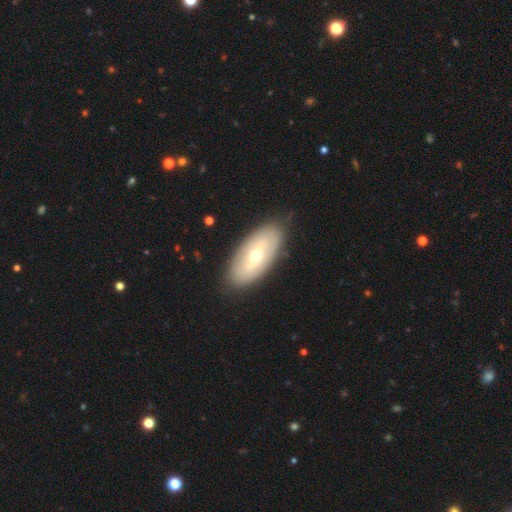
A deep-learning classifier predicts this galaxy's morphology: The model was most divided on "smooth or featured": featured or disk: 49%, smooth: 45%, star or artifact: 6%. More confident: merging — none (85%).